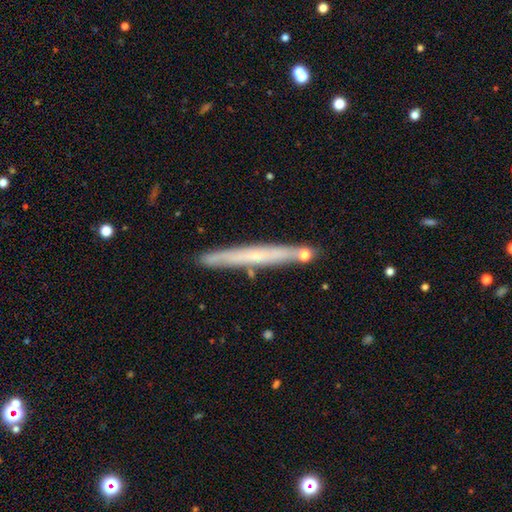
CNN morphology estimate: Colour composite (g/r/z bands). It shows a featured or disk galaxy (51%) viewed edge-on (92%). Merging: none (84%).